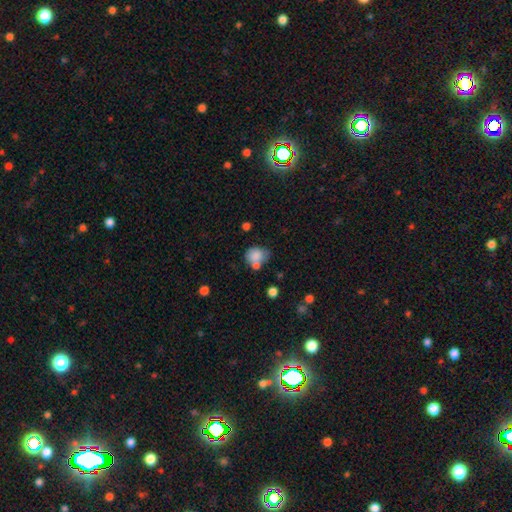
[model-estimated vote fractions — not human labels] Smooth or featured? smooth (80%)
How rounded? round (66%)
Merging? none (45%)